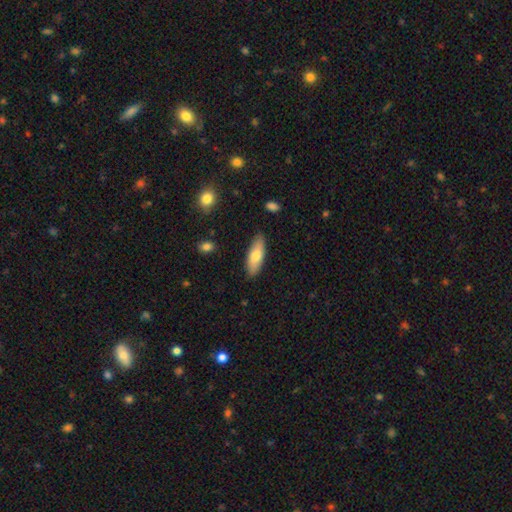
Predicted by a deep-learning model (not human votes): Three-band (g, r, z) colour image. It shows a smooth galaxy with no disk features (73%) that is in between round and cigar-shaped (67%). Merging: none (86%).